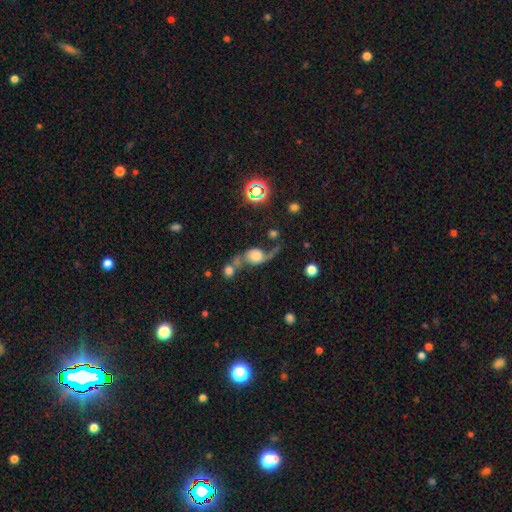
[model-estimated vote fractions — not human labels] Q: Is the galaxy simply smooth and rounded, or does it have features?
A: featured or disk — 58%.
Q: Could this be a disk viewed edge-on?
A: no — 91%.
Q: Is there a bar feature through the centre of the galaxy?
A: no — 76%.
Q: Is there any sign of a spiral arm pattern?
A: yes — 84%.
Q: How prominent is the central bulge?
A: large — 31%.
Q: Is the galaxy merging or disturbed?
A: merger — 35%.